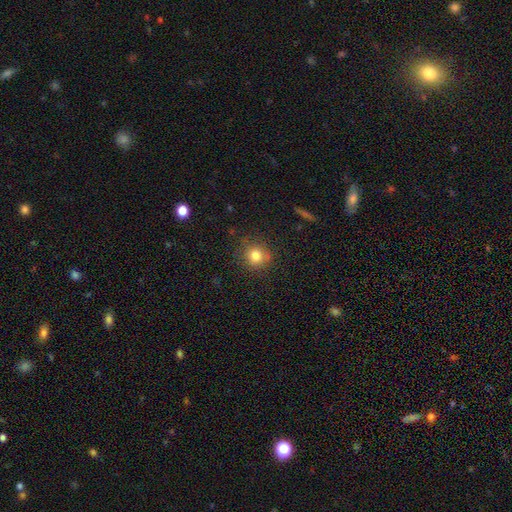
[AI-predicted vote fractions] smooth 80%, star or artifact 12%, featured or disk 8%. Down the decision tree: how rounded — round (90%); merging — none (83%).